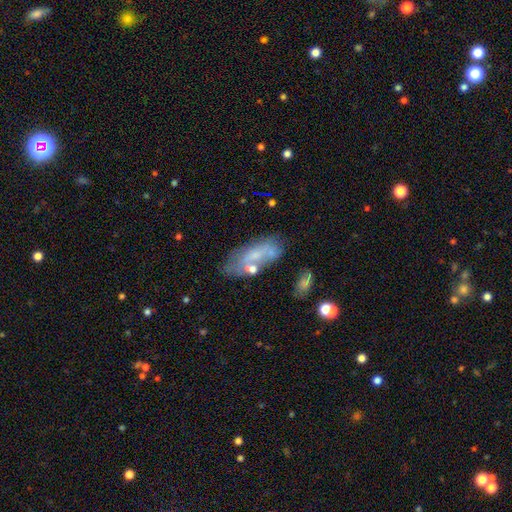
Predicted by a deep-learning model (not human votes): This appears to be a featured or disk galaxy (46%). Merging: none (51%).